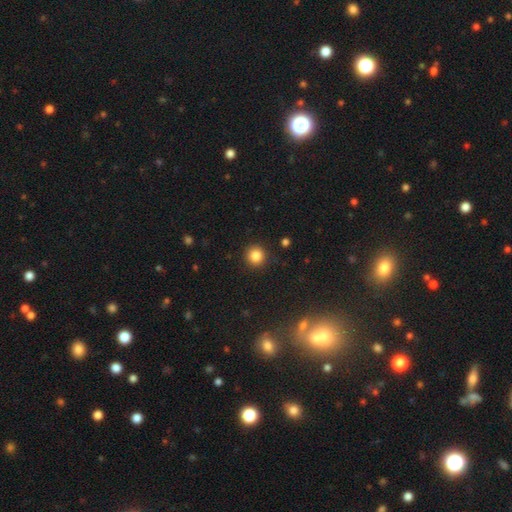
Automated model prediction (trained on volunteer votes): Smooth or featured? smooth (85%)
How rounded? round (94%)
Merging? none (92%)